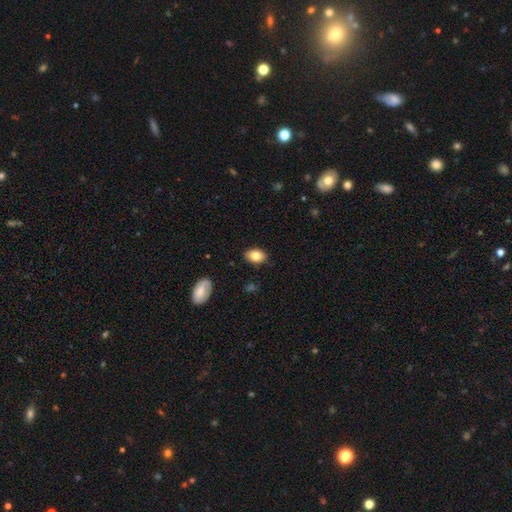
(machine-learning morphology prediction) Smooth or featured: smooth — 82% (featured or disk — 10%)
How rounded: in between — 84% (round — 15%)
Merging: none — 85% (minor disturbance — 11%)